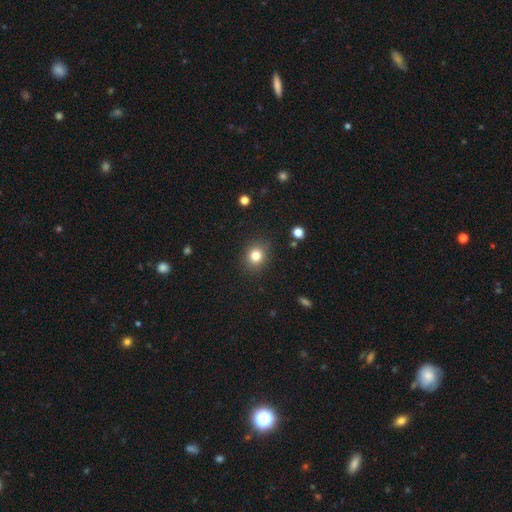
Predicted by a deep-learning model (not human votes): Morphology: type=smooth (81%); roundness=round (73%); merging=none (86%).